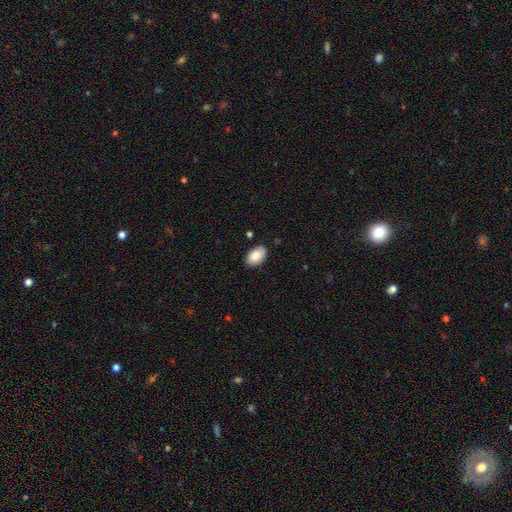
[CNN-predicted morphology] This appears to be a smooth galaxy with no disk features (87%) that is in between round and cigar-shaped (92%). Merging: none (85%).